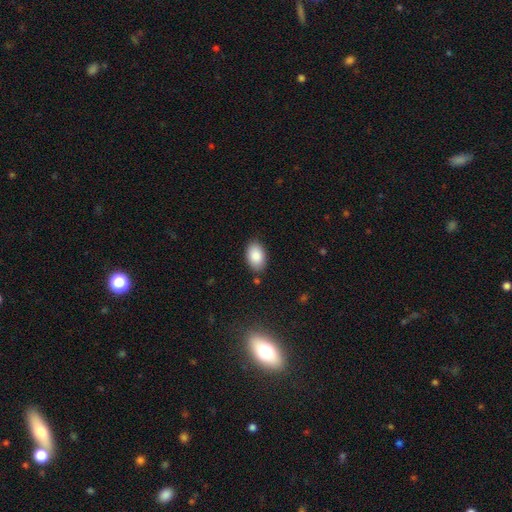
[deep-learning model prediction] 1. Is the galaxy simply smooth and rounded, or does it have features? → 88% smooth, 7% star or artifact, 5% featured or disk.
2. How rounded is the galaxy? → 92% in between, 7% round, 1% cigar-shaped.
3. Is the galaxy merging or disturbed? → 84% none, 11% minor disturbance, 3% major disturbance, 2% merger.